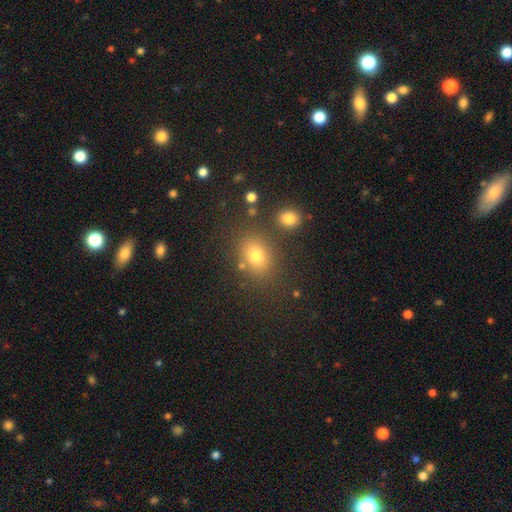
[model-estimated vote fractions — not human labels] smooth_or_featured: smooth (p=0.73) [alt: star or artifact p=0.17]
how_rounded: in between (p=0.58) [alt: round p=0.41]
merging: none (p=0.76) [alt: minor disturbance p=0.11]